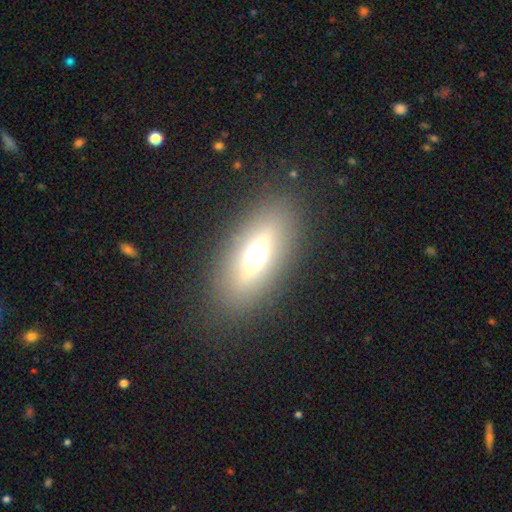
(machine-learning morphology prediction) Overall: smooth (50%; featured or disk 35%). Merging: none (85%).